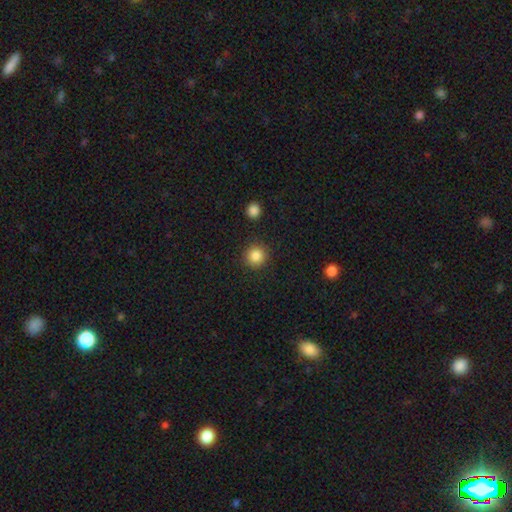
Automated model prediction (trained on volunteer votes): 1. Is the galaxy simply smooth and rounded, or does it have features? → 85% smooth, 10% star or artifact, 5% featured or disk.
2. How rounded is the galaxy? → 94% round, 5% in between, 1% cigar-shaped.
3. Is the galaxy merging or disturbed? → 90% none, 6% minor disturbance, 2% major disturbance, 2% merger.